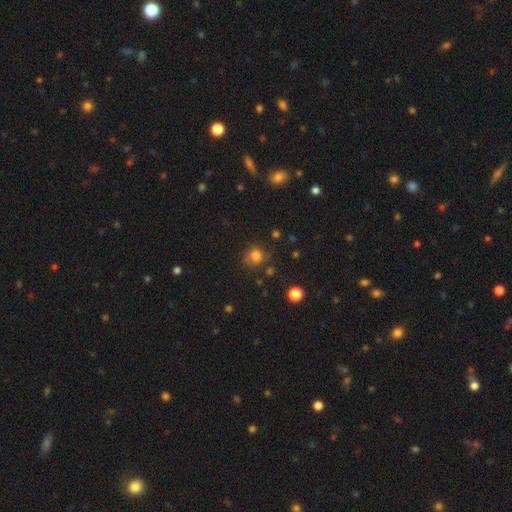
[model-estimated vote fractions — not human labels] Smooth or featured? smooth (78%)
How rounded? round (80%)
Merging? none (66%)